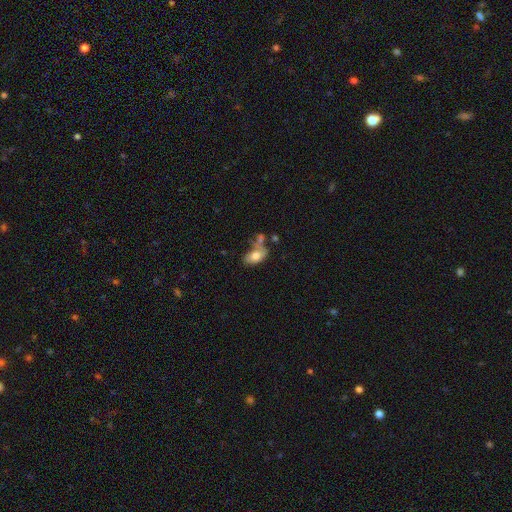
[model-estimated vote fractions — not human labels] Smooth or featured? Predicted: smooth (p=0.76). How rounded? Predicted: in between (p=0.91). Merging? Predicted: none (p=0.41).